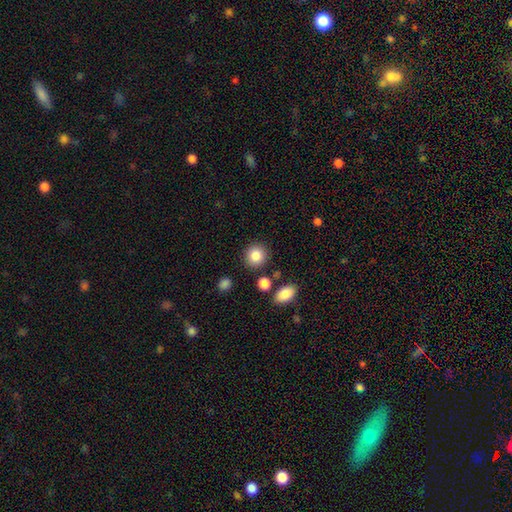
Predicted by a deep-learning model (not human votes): Smooth or featured: smooth — 86% (star or artifact — 9%)
How rounded: round — 86% (in between — 13%)
Merging: none — 85% (minor disturbance — 8%)